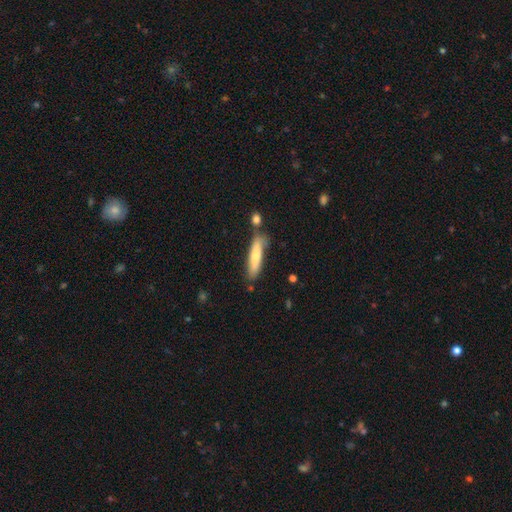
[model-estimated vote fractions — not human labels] A smooth galaxy with no disk features (72%) that is cigar-shaped (78%).

Vote fractions:
- Smooth or featured? smooth: 72% / featured or disk: 23% / star or artifact: 6%
- How rounded? cigar-shaped: 78% / in between: 20% / round: 1%
- Merging? none: 70% / minor disturbance: 17% / merger: 9% / major disturbance: 4%